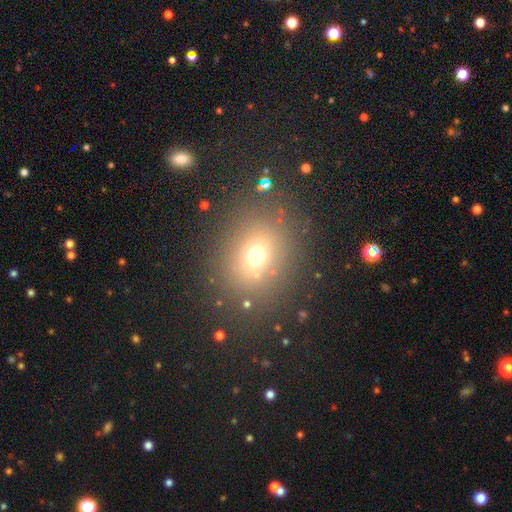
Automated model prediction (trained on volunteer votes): smooth_or_featured: smooth (p=0.67) [alt: star or artifact p=0.22]
how_rounded: round (p=0.66) [alt: in between p=0.32]
merging: none (p=0.81) [alt: minor disturbance p=0.09]